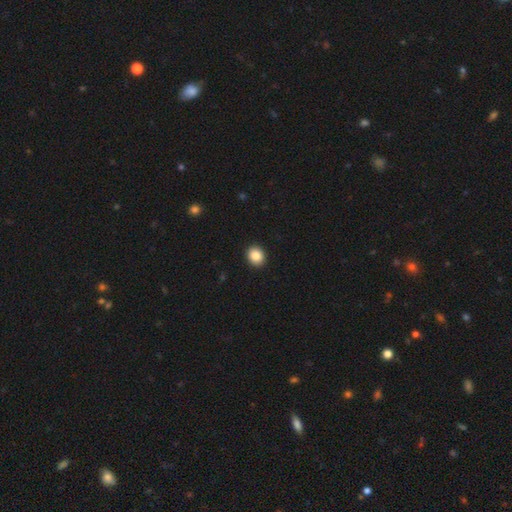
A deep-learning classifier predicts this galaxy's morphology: This appears to be a smooth galaxy with no disk features (87%) that is round (66%). Merging: none (92%).